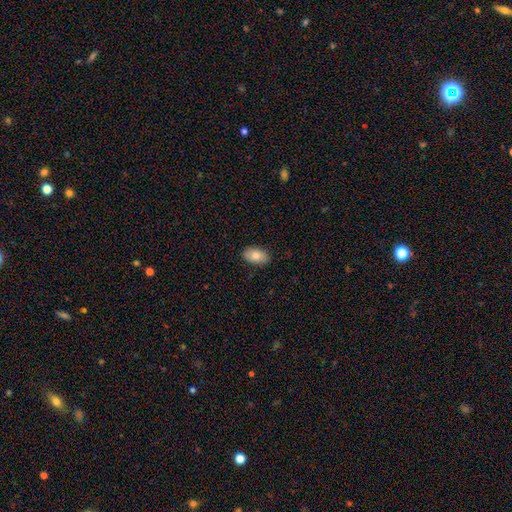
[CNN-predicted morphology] Smooth or featured? smooth (82%)
How rounded? in between (94%)
Merging? none (89%)